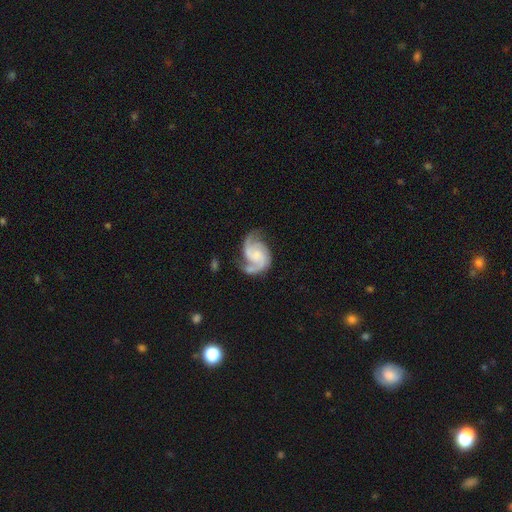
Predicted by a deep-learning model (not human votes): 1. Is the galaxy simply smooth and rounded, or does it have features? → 88% featured or disk, 7% smooth, 5% star or artifact.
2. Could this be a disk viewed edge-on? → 98% no, 2% yes.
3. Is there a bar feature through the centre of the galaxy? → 61% no, 32% weak, 7% strong.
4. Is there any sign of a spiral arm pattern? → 97% yes, 3% no.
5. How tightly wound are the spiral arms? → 52% medium, 25% tight, 23% loose.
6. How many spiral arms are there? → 77% 2, 11% 3, 4% can't tell, 4% 1, 2% 4, 2% more than 4.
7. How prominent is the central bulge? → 43% none, 28% small, 19% moderate, 7% large, 2% dominant.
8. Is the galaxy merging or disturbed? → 58% none, 22% minor disturbance, 15% major disturbance, 5% merger.